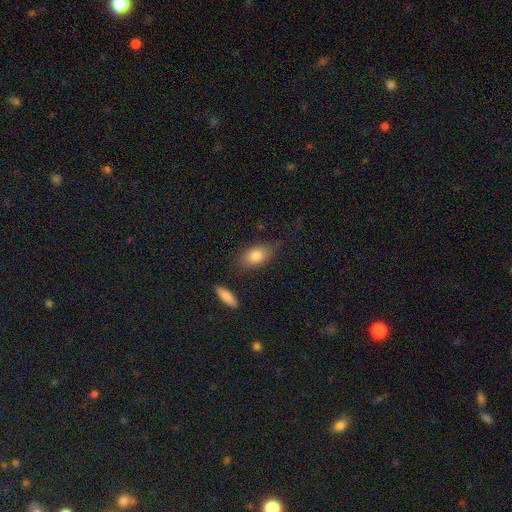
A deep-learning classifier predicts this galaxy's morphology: smooth_or_featured: smooth (p=0.80) [alt: featured or disk p=0.12]
how_rounded: in between (p=0.87) [alt: round p=0.09]
merging: none (p=0.73) [alt: minor disturbance p=0.17]